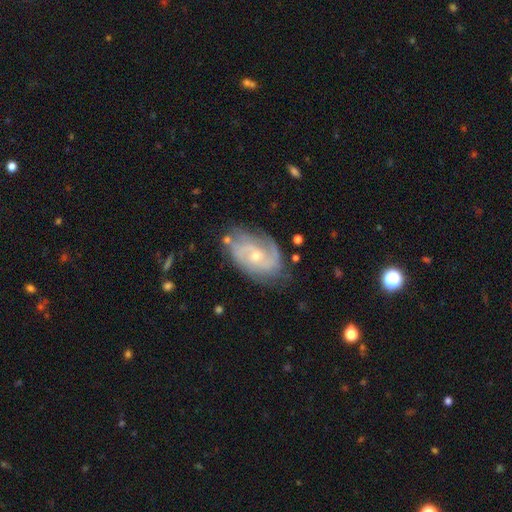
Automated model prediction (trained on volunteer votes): Smooth or featured?
  - featured or disk: 83% *
  - smooth: 11%
  - star or artifact: 6%
Edge-on disk?
  - no: 96% *
  - yes: 4%
Bar?
  - no: 63% *
  - weak: 31%
  - strong: 6%
Spiral arms?
  - yes: 93% *
  - no: 7%
Spiral winding?
  - tight: 43% *
  - medium: 41%
  - loose: 16%
Spiral arm count?
  - 2: 54% *
  - can't tell: 22%
  - 3: 13%
  - 1: 5%
  - 4: 3%
  - more than 4: 3%
Bulge size?
  - small: 58% *
  - moderate: 39%
  - large: 1%
  - none: 1%
  - dominant: 1%
Merging?
  - none: 68% *
  - minor disturbance: 22%
  - major disturbance: 8%
  - merger: 3%